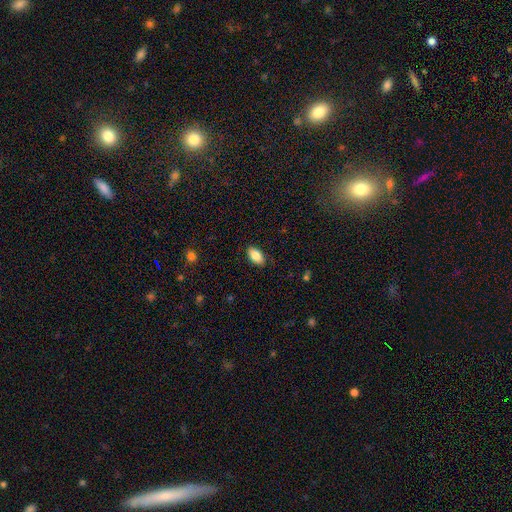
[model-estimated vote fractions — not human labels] This appears to be a smooth galaxy with no disk features (86%) that is in between round and cigar-shaped (93%). Merging: none (87%).